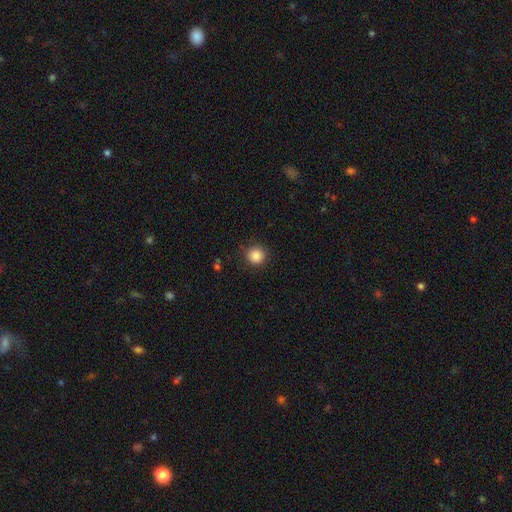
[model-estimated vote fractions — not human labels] Overall: smooth (87%). How rounded: round (95%). Merging: none (89%).